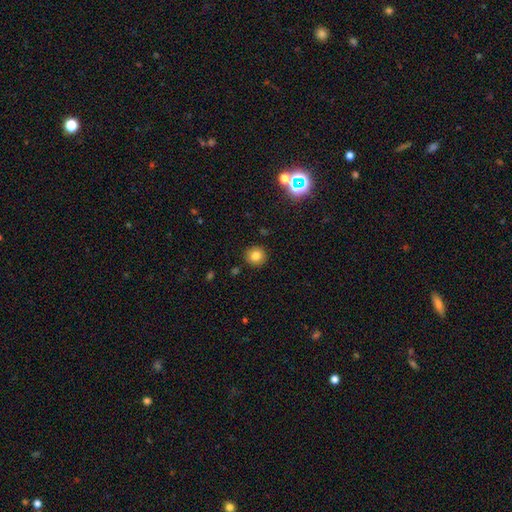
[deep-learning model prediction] The model was most divided on "smooth or featured": smooth: 80%, star or artifact: 13%, featured or disk: 7%. More confident: how rounded — round (94%); merging — none (91%).